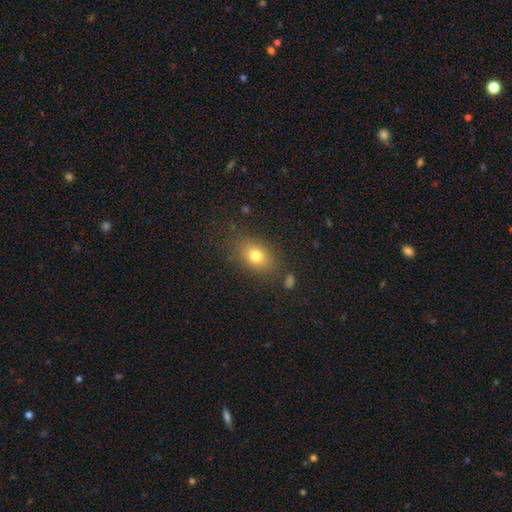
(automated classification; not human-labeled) Smooth or featured? Predicted: smooth (p=0.77). How rounded? Predicted: in between (p=0.73). Merging? Predicted: none (p=0.80).